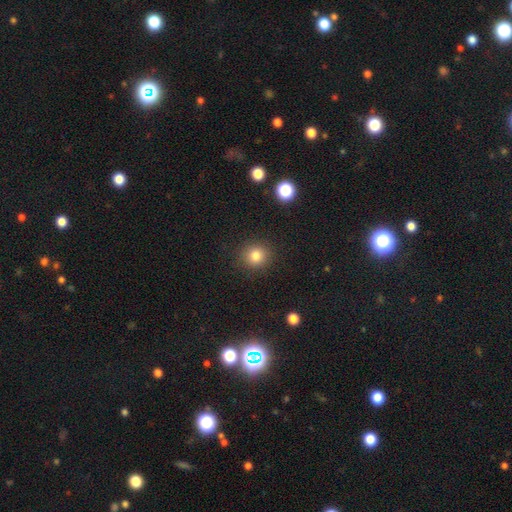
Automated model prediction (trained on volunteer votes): Smooth or featured? Predicted: smooth (p=0.81). How rounded? Predicted: round (p=0.89). Merging? Predicted: none (p=0.90).